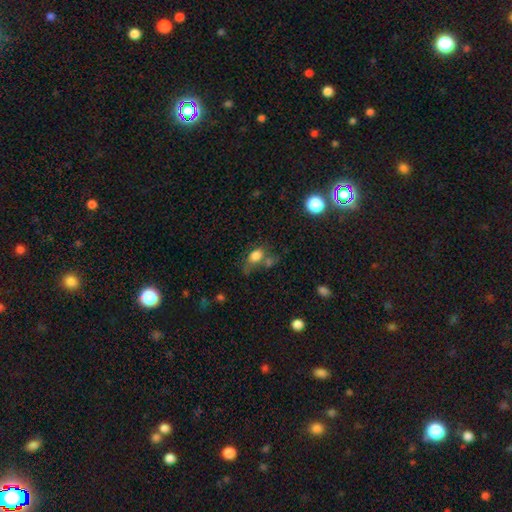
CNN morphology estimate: A smooth galaxy with no disk features (75%) that is in between round and cigar-shaped (74%). Merging: none (36%).